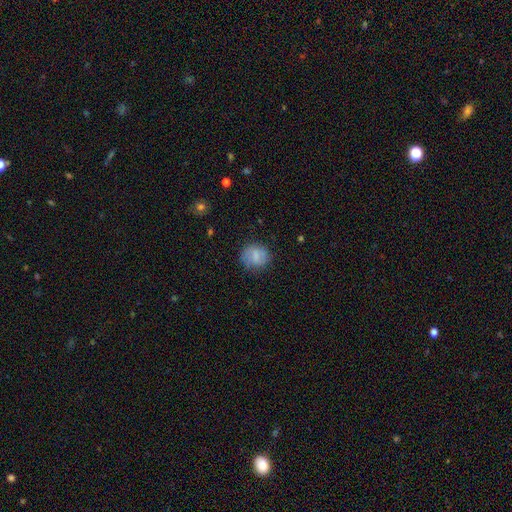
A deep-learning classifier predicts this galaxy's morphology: Smooth or featured?
  - smooth: 67% *
  - featured or disk: 25%
  - star or artifact: 8%
How rounded?
  - round: 73% *
  - in between: 25%
  - cigar-shaped: 1%
Merging?
  - none: 71% *
  - minor disturbance: 20%
  - major disturbance: 8%
  - merger: 2%